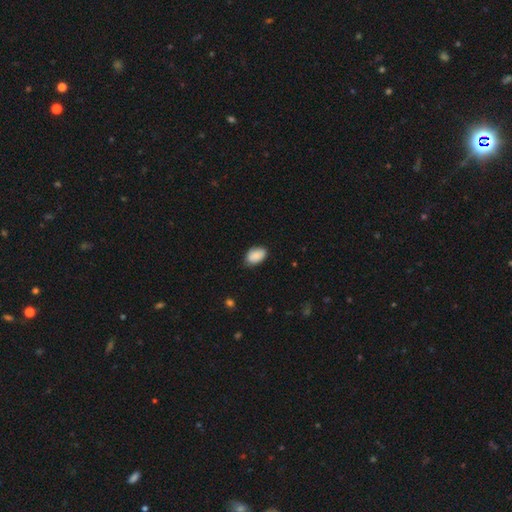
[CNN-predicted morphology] A smooth galaxy with no disk features (88%) that is in between round and cigar-shaped (90%).

Vote fractions:
- Smooth or featured? smooth: 88% / star or artifact: 7% / featured or disk: 5%
- How rounded? in between: 90% / round: 9% / cigar-shaped: 1%
- Merging? none: 77% / minor disturbance: 19% / major disturbance: 3% / merger: 1%